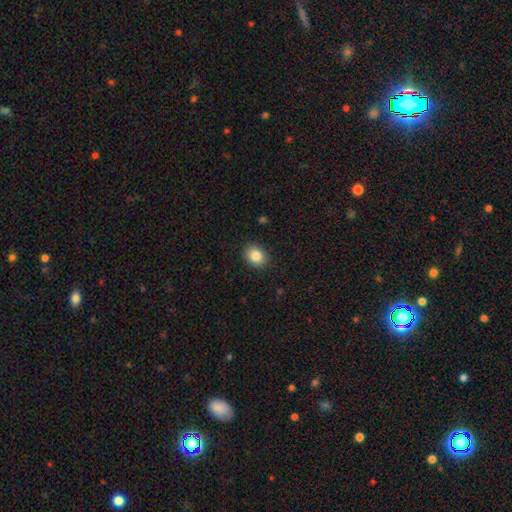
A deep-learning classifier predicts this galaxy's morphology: The model was most divided on "how rounded": round: 51%, in between: 48%, cigar-shaped: 1%. More confident: merging — none (89%); smooth or featured — smooth (85%).